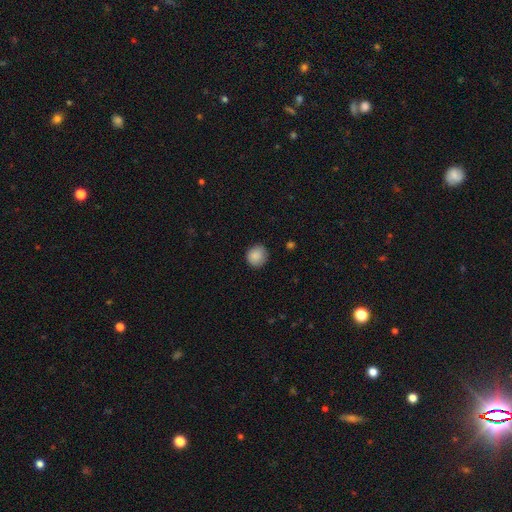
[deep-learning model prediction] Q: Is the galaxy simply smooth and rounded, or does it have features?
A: smooth — 88%.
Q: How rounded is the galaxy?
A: round — 90%.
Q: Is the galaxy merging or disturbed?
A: none — 86%.